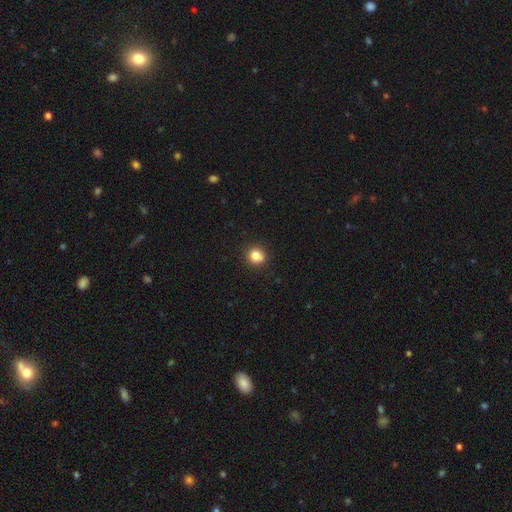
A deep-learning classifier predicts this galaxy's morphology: smooth_or_featured: smooth (p=0.83) [alt: star or artifact p=0.12]
how_rounded: round (p=0.83) [alt: in between p=0.16]
merging: none (p=0.85) [alt: minor disturbance p=0.10]